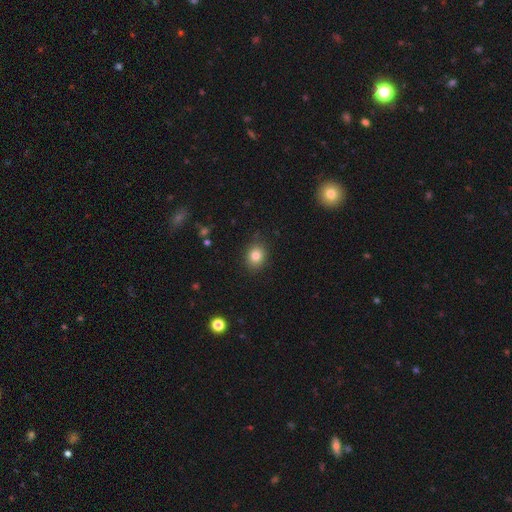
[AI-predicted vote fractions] smooth 82%, star or artifact 11%, featured or disk 7%. Down the decision tree: how rounded — round (61%); merging — none (87%).